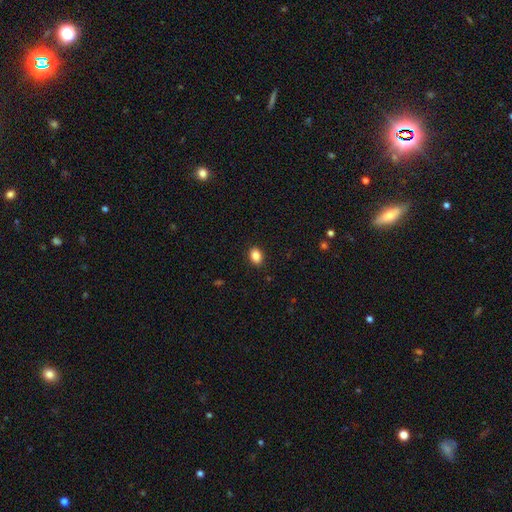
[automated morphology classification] The model was most divided on "how rounded": in between: 71%, round: 28%, cigar-shaped: 1%. More confident: merging — none (90%); smooth or featured — smooth (87%).